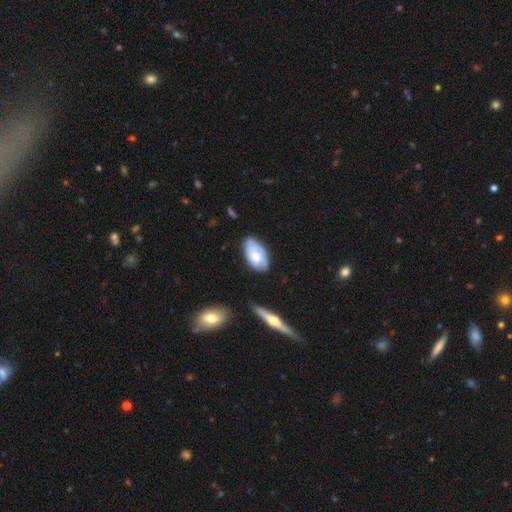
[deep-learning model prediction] smooth_or_featured: featured or disk (p=0.55) [alt: smooth p=0.39]
disk_edge_on: no (p=0.91) [alt: yes p=0.09]
bar: no (p=0.77) [alt: weak p=0.20]
has_spiral_arms: yes (p=0.78) [alt: no p=0.22]
bulge_size: moderate (p=0.62) [alt: small p=0.25]
merging: none (p=0.69) [alt: minor disturbance p=0.23]